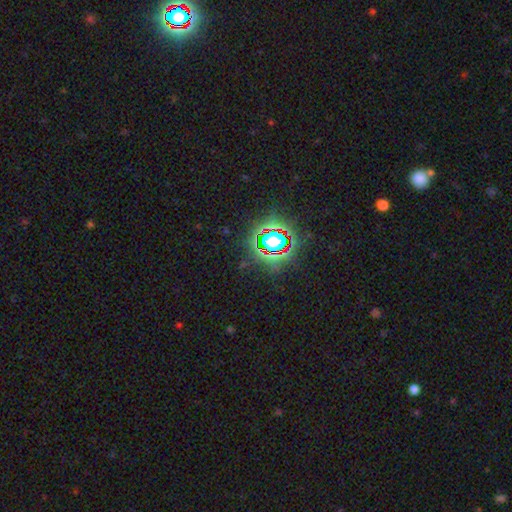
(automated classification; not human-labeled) Smooth or featured? Predicted: star or artifact (p=0.80).